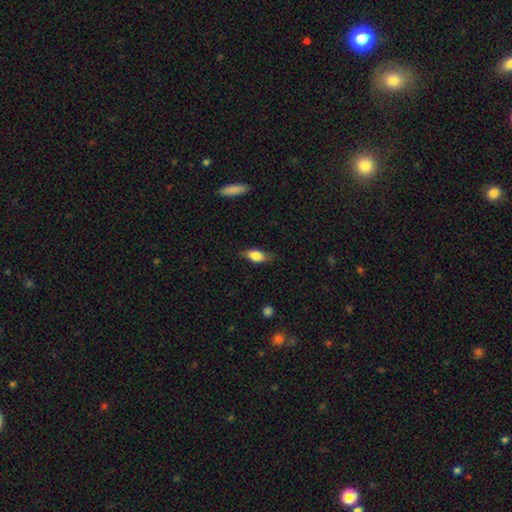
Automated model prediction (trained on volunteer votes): Overall: smooth (75%). How rounded: in between (81%). Merging: none (74%).